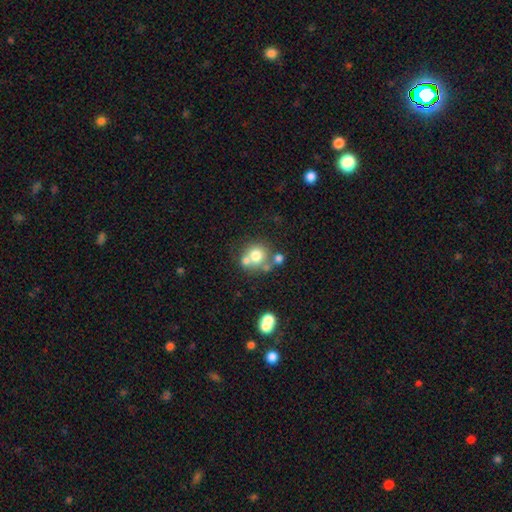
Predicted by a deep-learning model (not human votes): This is likely a smooth galaxy (69%). How rounded: clearly round (88%). Merging: possibly none (51%).